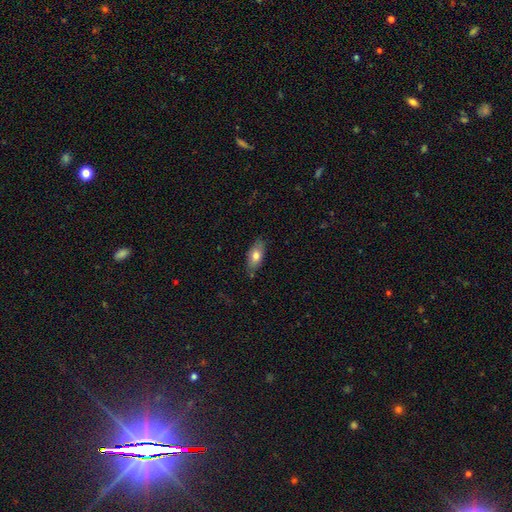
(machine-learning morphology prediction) This is likely a smooth galaxy (74%). How rounded: clearly in between (87%). Merging: likely none (79%).